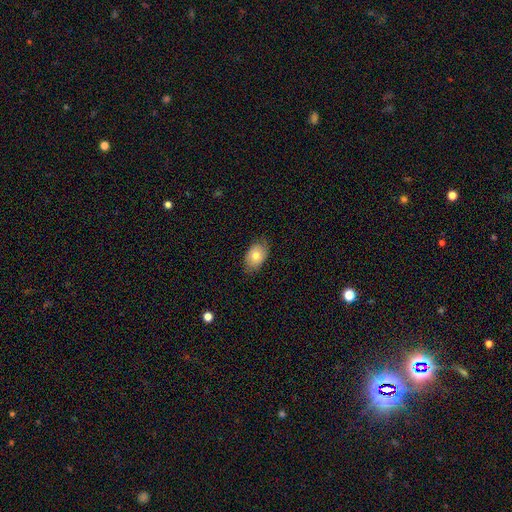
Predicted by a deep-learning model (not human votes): This is likely a smooth galaxy (74%). How rounded: clearly in between (85%). Merging: likely none (77%).